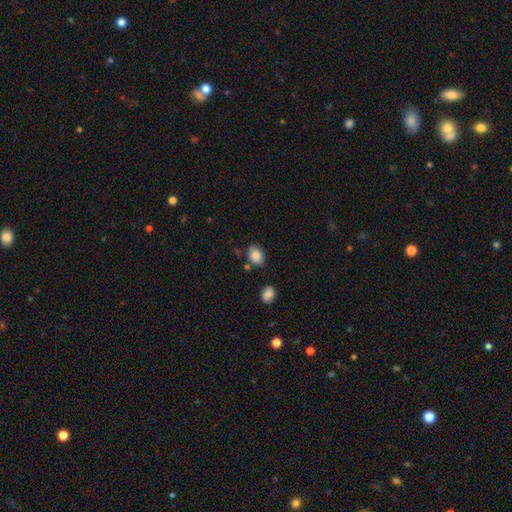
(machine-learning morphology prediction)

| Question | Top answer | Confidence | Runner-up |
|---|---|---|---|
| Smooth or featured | smooth | 84% | star or artifact (8%) |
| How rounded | in between | 74% | round (25%) |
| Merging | none | 67% | minor disturbance (22%) |